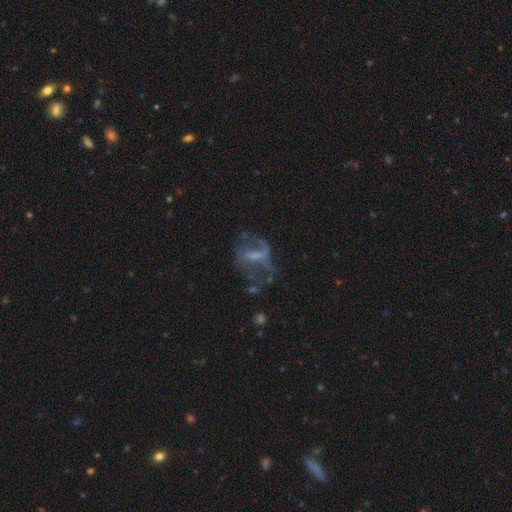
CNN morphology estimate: This appears to be a featured or disk galaxy (62%) with a weak bar (39%), no spiral arms (57%) and no central bulge (44%). Merging: major disturbance (41%).